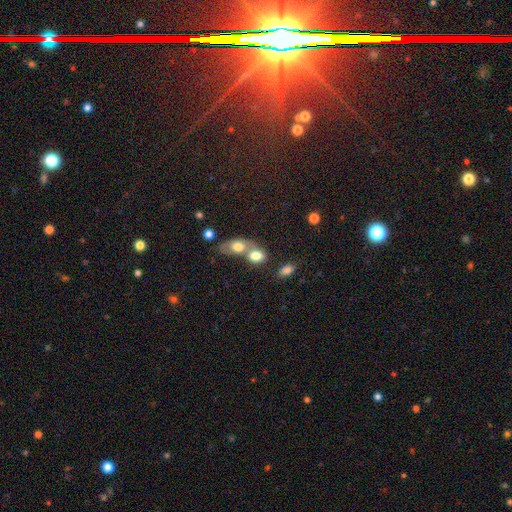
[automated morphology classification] This is likely a smooth galaxy (77%). How rounded: likely in between (70%). Merging: likely merger (63%).